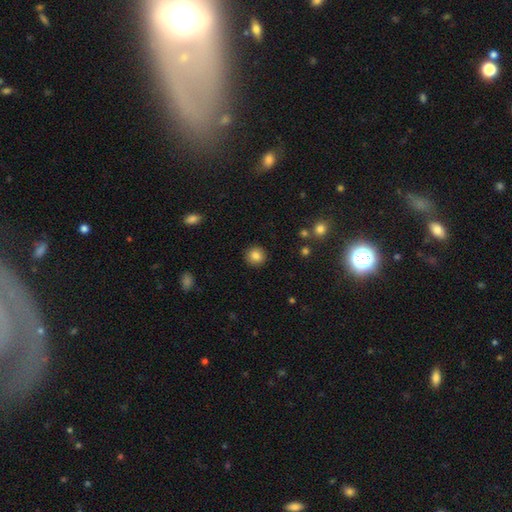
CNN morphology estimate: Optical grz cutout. It shows a smooth galaxy with no disk features (85%) that is round (93%). Merging: none (92%).